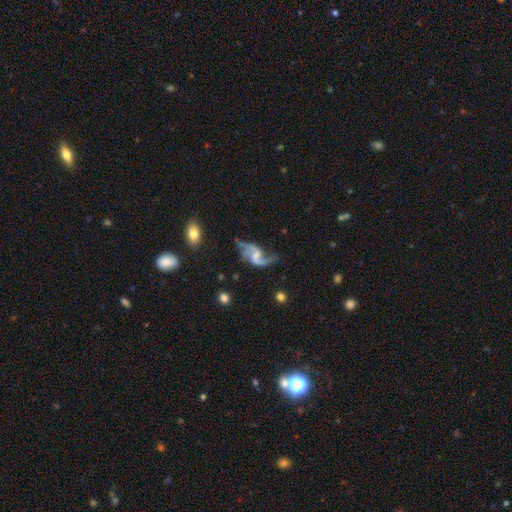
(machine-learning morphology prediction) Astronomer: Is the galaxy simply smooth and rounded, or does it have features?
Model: featured or disk — 88%.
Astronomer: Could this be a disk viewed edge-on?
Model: no — 98%.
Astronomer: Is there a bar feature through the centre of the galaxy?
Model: weak — 51% (runner-up: no, 35%).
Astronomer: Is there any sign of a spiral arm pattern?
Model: yes — 96%.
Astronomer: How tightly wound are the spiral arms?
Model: loose — 73%.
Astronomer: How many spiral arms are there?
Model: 2 — 90%.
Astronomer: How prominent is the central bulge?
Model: small — 38% (runner-up: none, 35%).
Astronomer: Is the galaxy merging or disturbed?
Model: none — 58%.